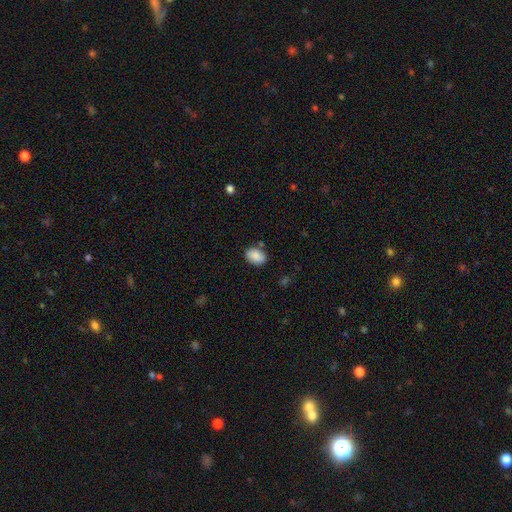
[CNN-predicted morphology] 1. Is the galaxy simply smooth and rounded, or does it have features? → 86% smooth, 7% star or artifact, 6% featured or disk.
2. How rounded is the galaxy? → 75% in between, 24% round, 1% cigar-shaped.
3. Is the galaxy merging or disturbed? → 76% none, 15% minor disturbance, 6% merger, 4% major disturbance.